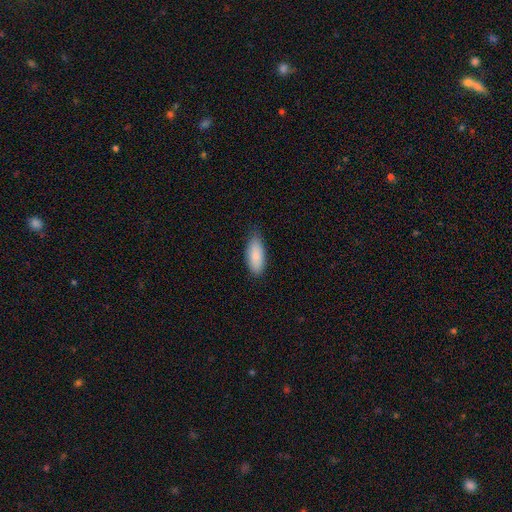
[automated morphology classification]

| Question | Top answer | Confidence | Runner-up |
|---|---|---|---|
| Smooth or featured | smooth | 87% | featured or disk (7%) |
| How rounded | in between | 81% | cigar-shaped (17%) |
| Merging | none | 75% | minor disturbance (21%) |